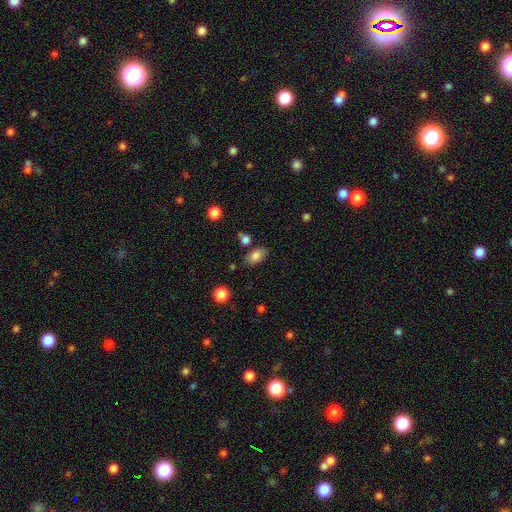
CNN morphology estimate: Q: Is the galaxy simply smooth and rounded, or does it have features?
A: smooth — 83%.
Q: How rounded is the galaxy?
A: in between — 88%.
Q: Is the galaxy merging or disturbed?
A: none — 77%.